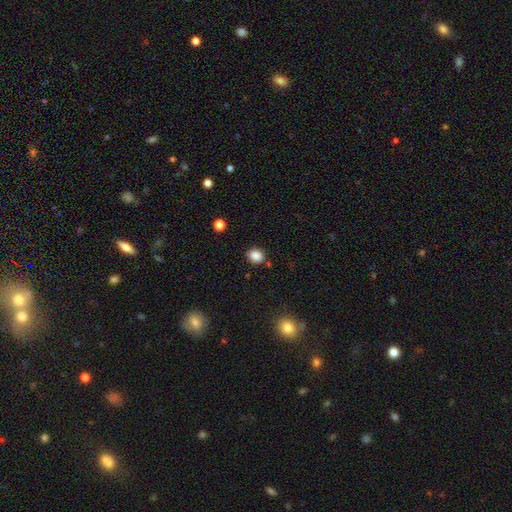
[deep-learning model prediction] This appears to be a smooth galaxy with no disk features (87%) that is round (62%). Merging: none (85%).